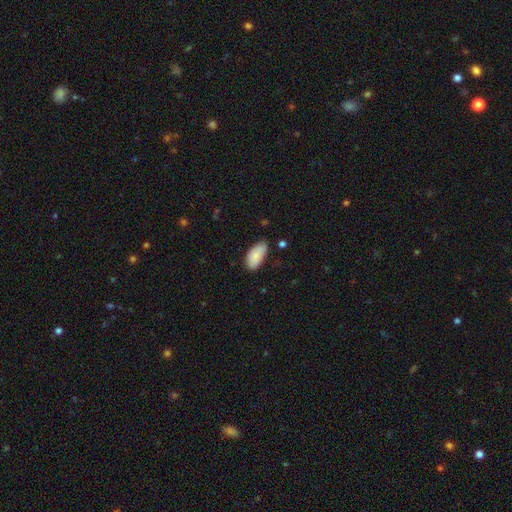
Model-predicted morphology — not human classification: A smooth galaxy with no disk features (85%) that is in between round and cigar-shaped (94%).

Vote fractions:
- Smooth or featured? smooth: 85% / featured or disk: 9% / star or artifact: 7%
- How rounded? in between: 94% / cigar-shaped: 4% / round: 2%
- Merging? none: 60% / minor disturbance: 32% / major disturbance: 5% / merger: 3%